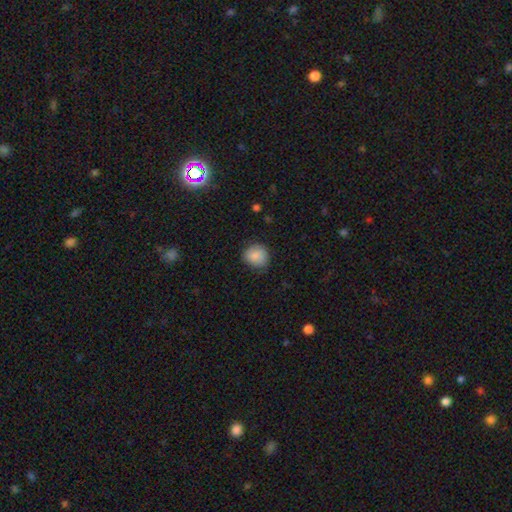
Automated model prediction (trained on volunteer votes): Smooth or featured? Predicted: smooth (p=0.84). How rounded? Predicted: round (p=0.85). Merging? Predicted: none (p=0.76).